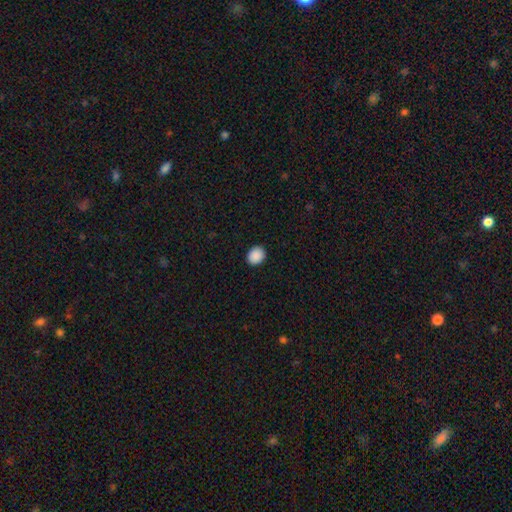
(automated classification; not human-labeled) This appears to be a smooth galaxy with no disk features (90%) that is round (58%). Merging: none (91%).